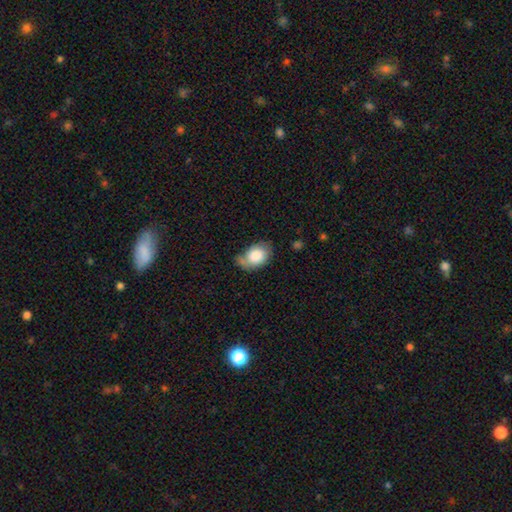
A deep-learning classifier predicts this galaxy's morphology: smooth 81%, featured or disk 12%, star or artifact 7%. Down the decision tree: how rounded — in between (78%); merging — none (48%).